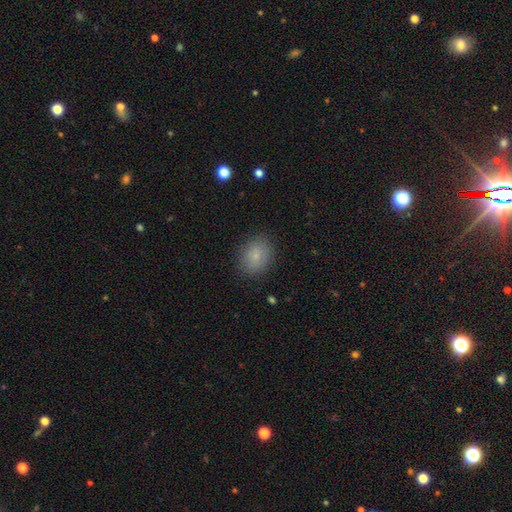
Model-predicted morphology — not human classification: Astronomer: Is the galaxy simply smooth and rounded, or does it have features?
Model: smooth — 81%.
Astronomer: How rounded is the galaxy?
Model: in between — 57% (runner-up: round, 42%).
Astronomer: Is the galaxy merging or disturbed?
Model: none — 86%.